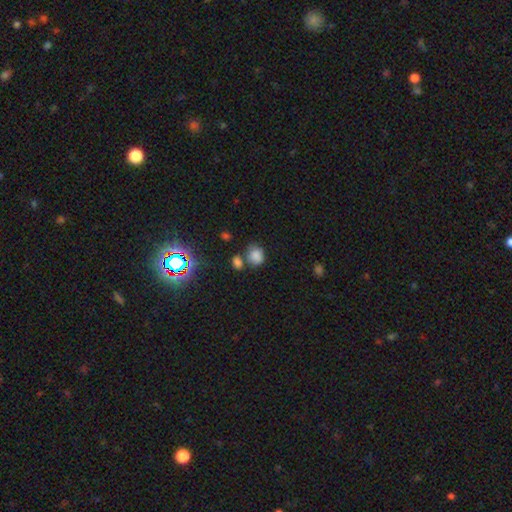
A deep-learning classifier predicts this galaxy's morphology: smooth_or_featured: smooth (p=0.75) [alt: star or artifact p=0.18]
how_rounded: round (p=0.59) [alt: in between p=0.40]
merging: none (p=0.51) [alt: merger p=0.26]